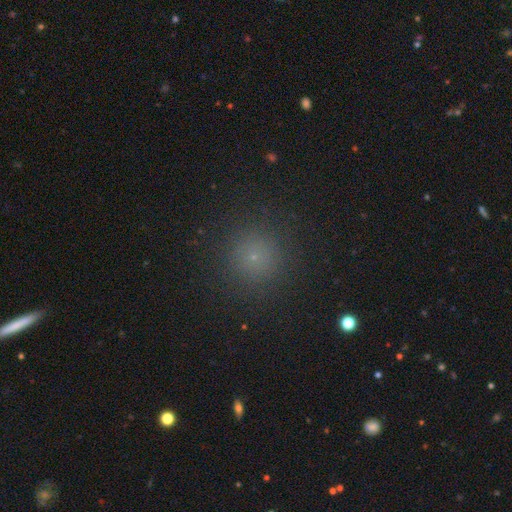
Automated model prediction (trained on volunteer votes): A smooth galaxy with no disk features (72%) that is round (96%). Merging: none (90%).